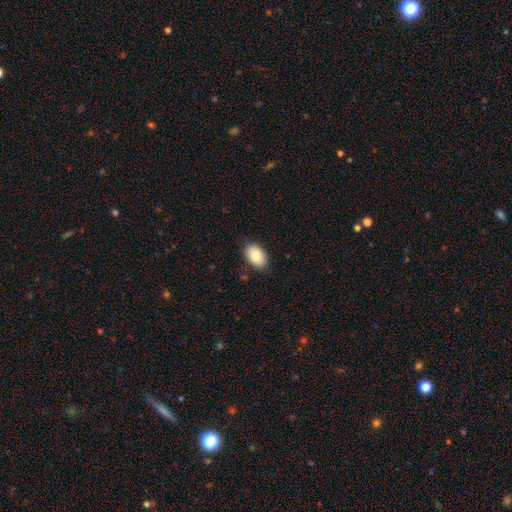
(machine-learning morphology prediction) smooth 86%, featured or disk 8%, star or artifact 7%. Down the decision tree: how rounded — in between (90%); merging — none (85%).